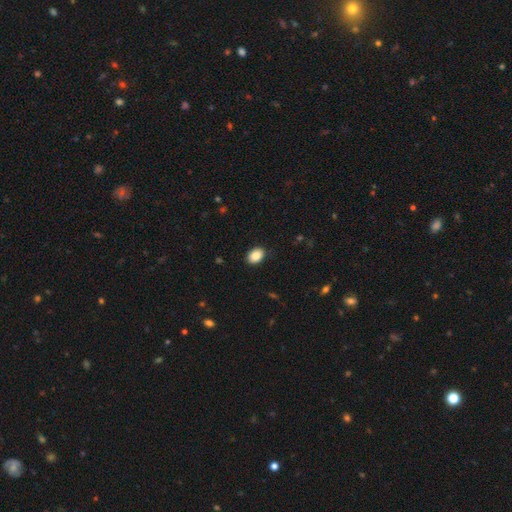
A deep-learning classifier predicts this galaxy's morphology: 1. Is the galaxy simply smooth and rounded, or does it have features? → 87% smooth, 8% star or artifact, 5% featured or disk.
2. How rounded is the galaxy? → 73% in between, 26% round, 1% cigar-shaped.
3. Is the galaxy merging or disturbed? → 89% none, 8% minor disturbance, 2% major disturbance, 1% merger.